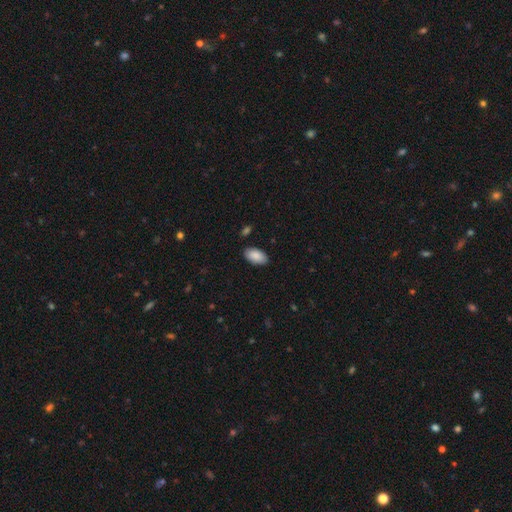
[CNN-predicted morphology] A smooth galaxy with no disk features (89%) that is in between round and cigar-shaped (96%). Merging: none (87%).